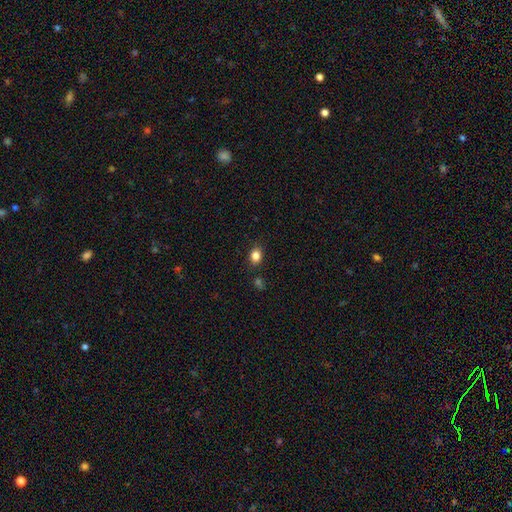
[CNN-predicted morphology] A smooth galaxy with no disk features (83%) that is in between round and cigar-shaped (62%).

Vote fractions:
- Smooth or featured? smooth: 83% / star or artifact: 11% / featured or disk: 6%
- How rounded? in between: 62% / round: 36% / cigar-shaped: 1%
- Merging? none: 84% / minor disturbance: 10% / merger: 3% / major disturbance: 3%